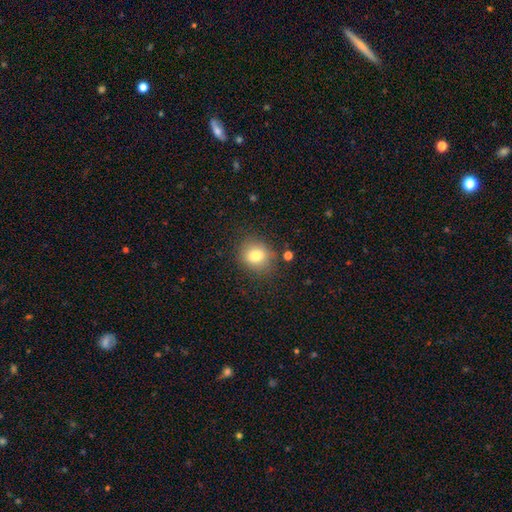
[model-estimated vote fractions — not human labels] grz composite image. It shows a smooth galaxy with no disk features (79%) that is round (76%). Merging: none (80%).